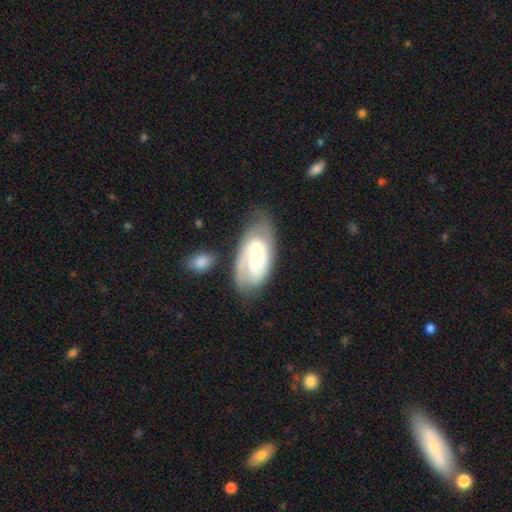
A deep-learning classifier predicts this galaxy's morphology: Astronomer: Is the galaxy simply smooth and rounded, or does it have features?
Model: featured or disk — 68%.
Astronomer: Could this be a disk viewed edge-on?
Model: no — 95%.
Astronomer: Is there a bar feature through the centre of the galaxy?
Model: no — 49% (runner-up: weak, 38%).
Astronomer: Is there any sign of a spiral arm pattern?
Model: yes — 89%.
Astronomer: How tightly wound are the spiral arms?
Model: tight — 54% (runner-up: medium, 35%).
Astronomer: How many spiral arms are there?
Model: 2 — 48% (runner-up: can't tell, 24%).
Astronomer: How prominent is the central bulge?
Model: small — 51%.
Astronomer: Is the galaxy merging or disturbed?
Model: none — 59%.